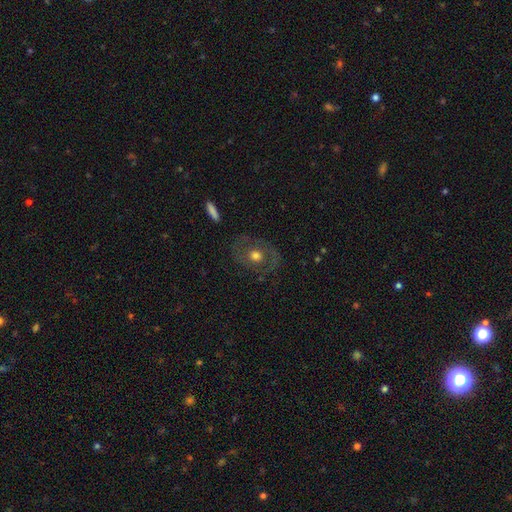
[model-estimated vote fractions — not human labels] Smooth or featured: featured or disk — 48% (smooth — 43%)
Merging: none — 75% (minor disturbance — 14%)